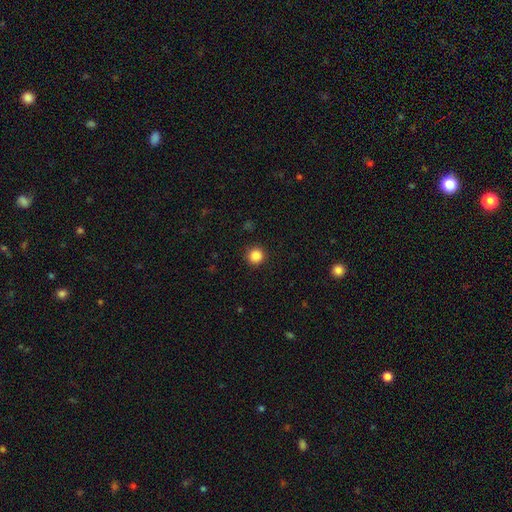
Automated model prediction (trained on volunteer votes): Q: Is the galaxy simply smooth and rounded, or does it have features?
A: smooth — 86%.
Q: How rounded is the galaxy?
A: round — 94%.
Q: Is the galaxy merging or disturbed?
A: none — 92%.